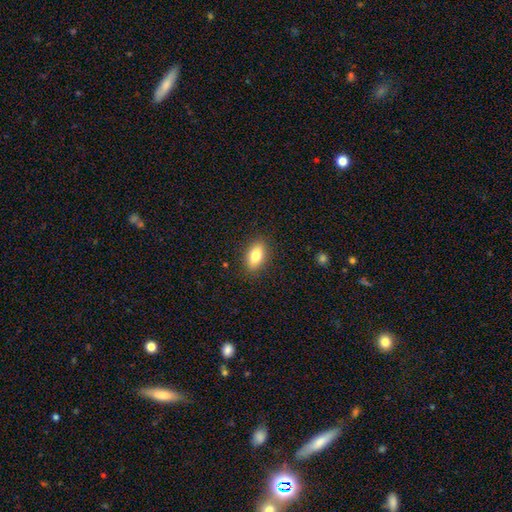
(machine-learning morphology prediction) A smooth galaxy with no disk features (79%) that is in between round and cigar-shaped (86%).

Vote fractions:
- Smooth or featured? smooth: 79% / featured or disk: 14% / star or artifact: 8%
- How rounded? in between: 86% / round: 8% / cigar-shaped: 6%
- Merging? none: 87% / minor disturbance: 9% / major disturbance: 2% / merger: 1%